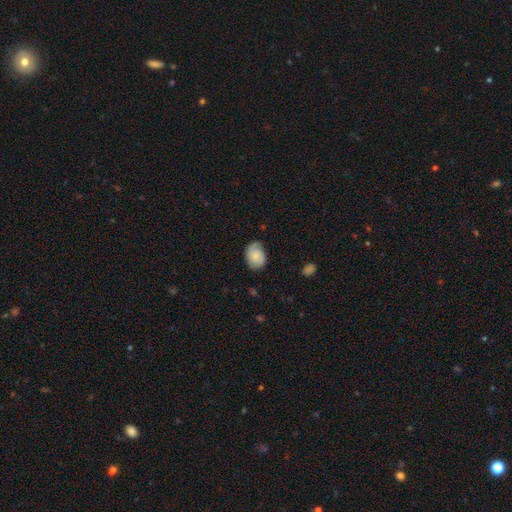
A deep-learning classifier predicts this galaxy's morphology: smooth_or_featured: smooth (p=0.68) [alt: featured or disk p=0.24]
how_rounded: in between (p=0.71) [alt: round p=0.28]
merging: none (p=0.62) [alt: minor disturbance p=0.29]